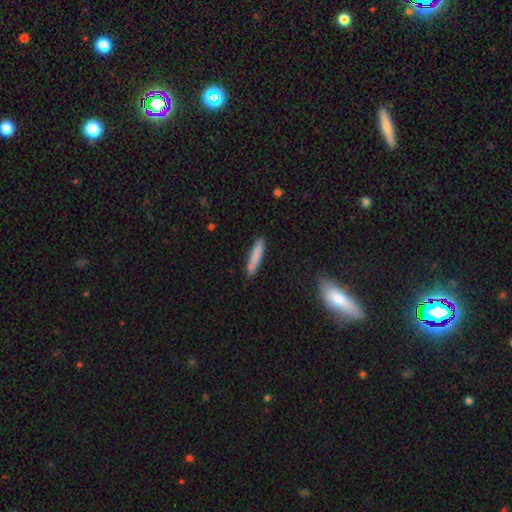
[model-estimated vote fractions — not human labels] The model was most divided on "smooth or featured": smooth: 81%, featured or disk: 13%, star or artifact: 6%. More confident: how rounded — cigar-shaped (90%); merging — none (85%).